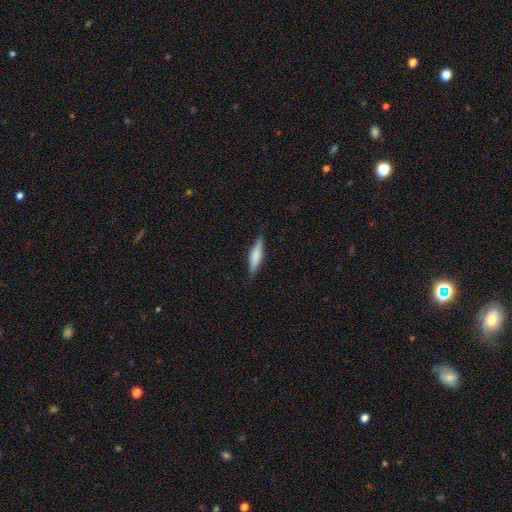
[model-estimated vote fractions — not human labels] Q: Smooth or featured?
A: smooth (56%); runner-up: featured or disk (38%)
Q: How rounded?
A: cigar-shaped (79%); runner-up: in between (19%)
Q: Merging?
A: none (85%); runner-up: minor disturbance (11%)